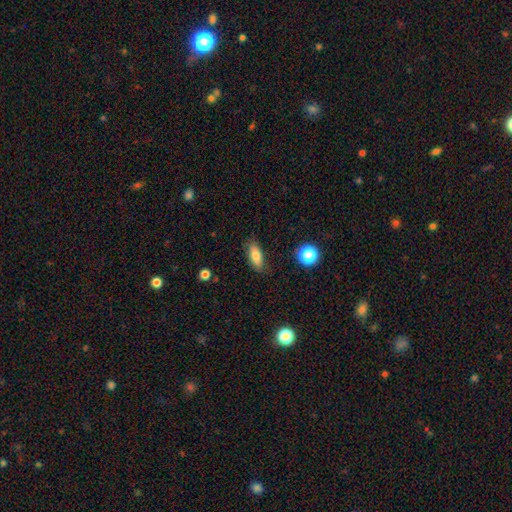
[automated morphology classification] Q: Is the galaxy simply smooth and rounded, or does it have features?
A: smooth — 78%.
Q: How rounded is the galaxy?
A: in between — 78%.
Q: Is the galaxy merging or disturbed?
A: none — 81%.